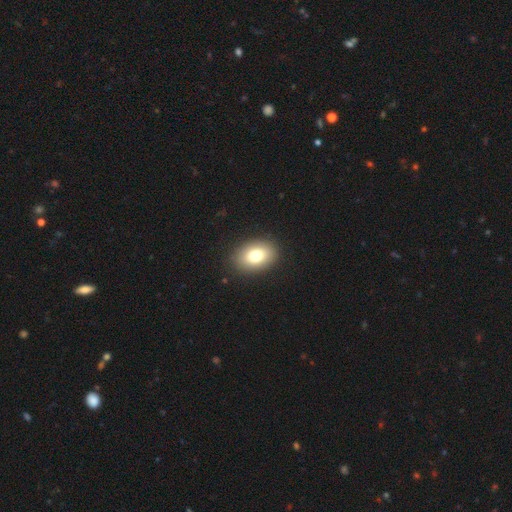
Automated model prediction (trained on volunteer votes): Smooth or featured: smooth — 79% (featured or disk — 13%)
How rounded: in between — 81% (round — 17%)
Merging: none — 89% (minor disturbance — 8%)